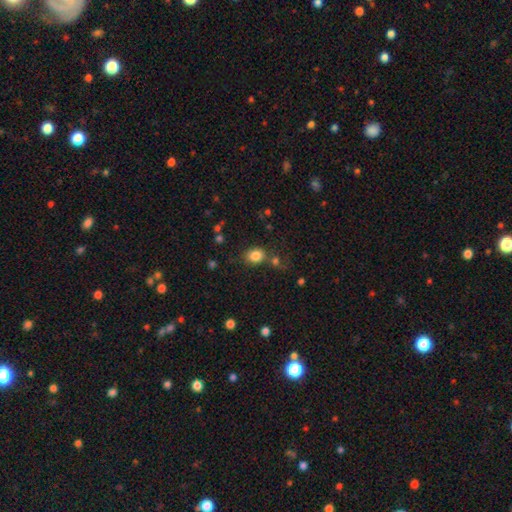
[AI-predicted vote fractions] The model was most divided on "how rounded": round: 56%, in between: 43%, cigar-shaped: 1%. More confident: smooth or featured — smooth (83%); merging — none (71%).